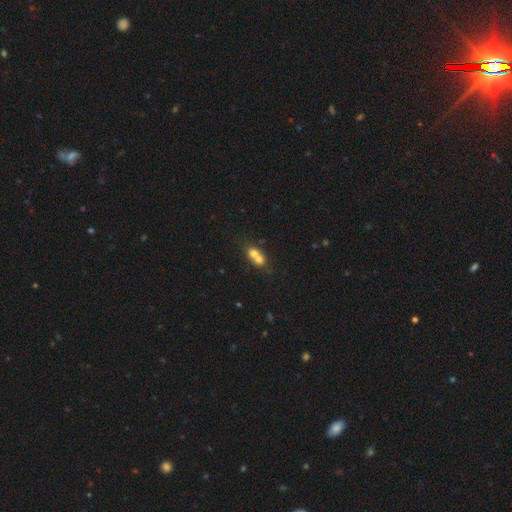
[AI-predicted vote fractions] smooth 65%, featured or disk 24%, star or artifact 12%. Down the decision tree: how rounded — round (61%); merging — merger (70%).